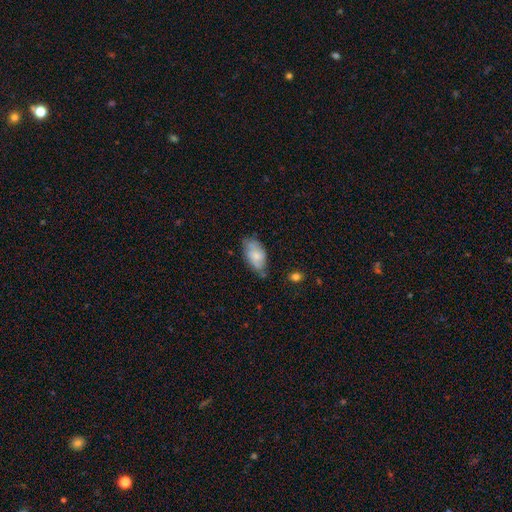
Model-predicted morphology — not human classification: Q: Smooth or featured?
A: smooth (68%); runner-up: featured or disk (25%)
Q: How rounded?
A: in between (93%); runner-up: round (4%)
Q: Merging?
A: none (54%); runner-up: minor disturbance (34%)